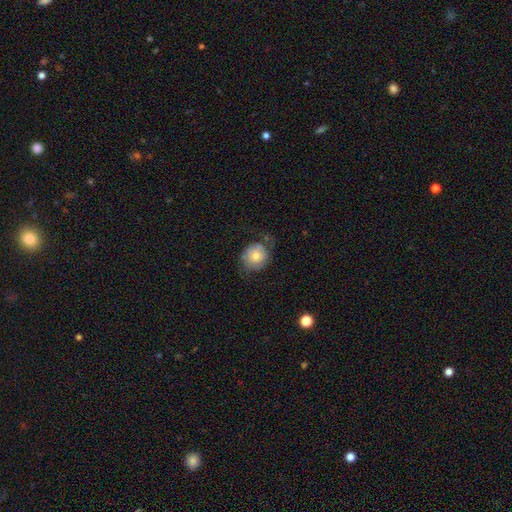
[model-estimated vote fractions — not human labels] smooth 68%, featured or disk 24%, star or artifact 7%. Down the decision tree: how rounded — round (80%); merging — none (52%).